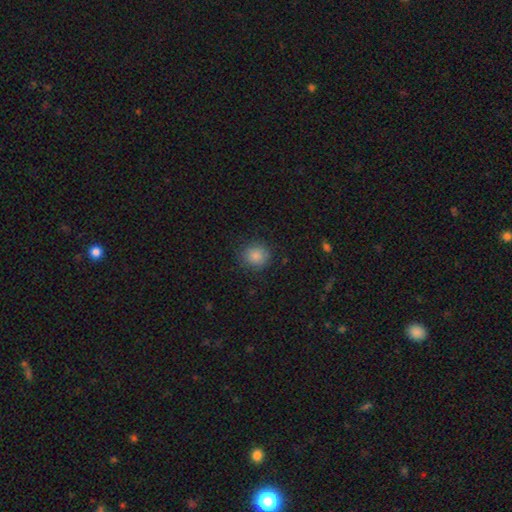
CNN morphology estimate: This appears to be a smooth galaxy with no disk features (84%) that is round (87%). Merging: none (87%).